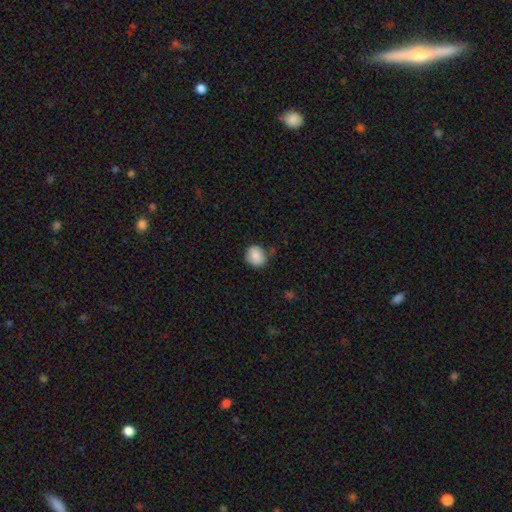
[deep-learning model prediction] The model was most divided on "how rounded": round: 80%, in between: 19%, cigar-shaped: 1%. More confident: smooth or featured — smooth (85%); merging — none (79%).